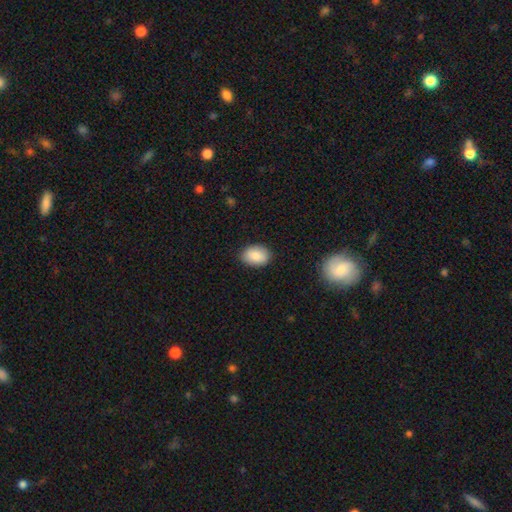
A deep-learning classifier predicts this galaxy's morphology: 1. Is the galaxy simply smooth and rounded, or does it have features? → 86% smooth, 7% star or artifact, 7% featured or disk.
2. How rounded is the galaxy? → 83% in between, 16% round, 1% cigar-shaped.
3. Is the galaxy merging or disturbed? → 87% none, 10% minor disturbance, 2% major disturbance, 1% merger.